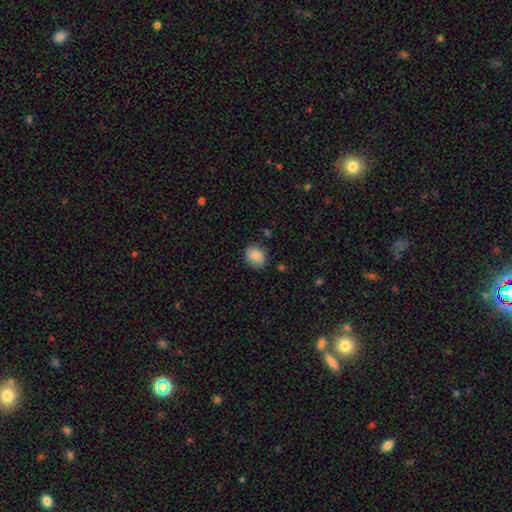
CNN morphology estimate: A smooth galaxy with no disk features (86%) that is round (51%).

Vote fractions:
- Smooth or featured? smooth: 86% / star or artifact: 8% / featured or disk: 6%
- How rounded? round: 51% / in between: 48% / cigar-shaped: 1%
- Merging? none: 82% / minor disturbance: 13% / major disturbance: 3% / merger: 2%